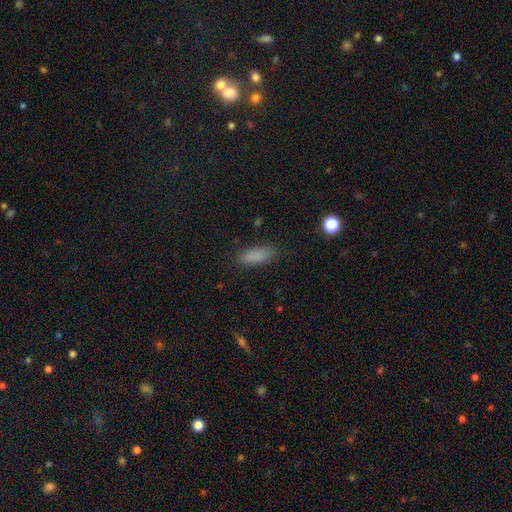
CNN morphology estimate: This is clearly a smooth galaxy (84%). How rounded: likely in between (63%). Merging: clearly none (81%).